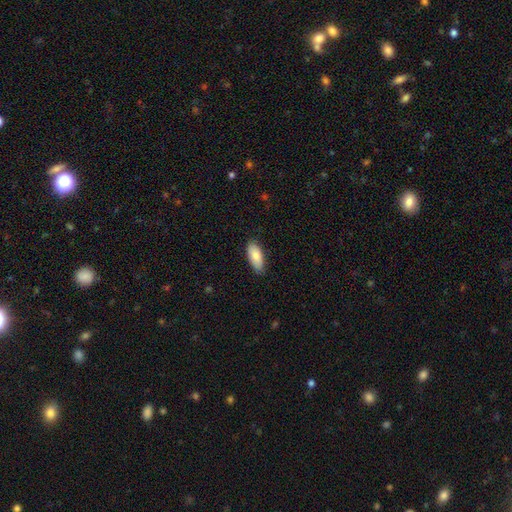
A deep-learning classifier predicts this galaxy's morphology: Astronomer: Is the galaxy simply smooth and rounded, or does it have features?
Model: smooth — 82%.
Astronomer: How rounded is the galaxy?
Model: in between — 89%.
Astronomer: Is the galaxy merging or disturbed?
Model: none — 83%.